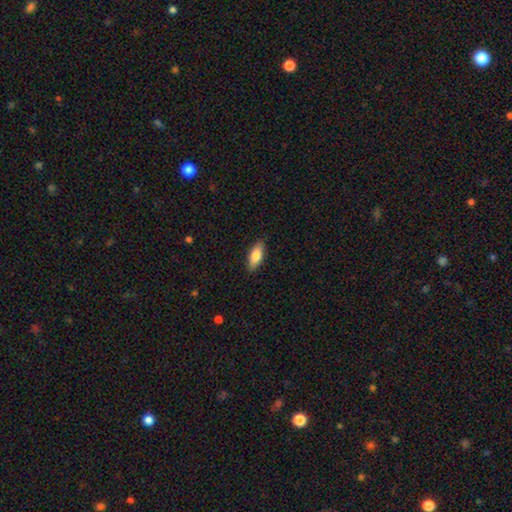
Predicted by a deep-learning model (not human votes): Smooth or featured?
  - smooth: 80% *
  - featured or disk: 14%
  - star or artifact: 6%
How rounded?
  - in between: 77% *
  - cigar-shaped: 21%
  - round: 2%
Merging?
  - none: 88% *
  - minor disturbance: 9%
  - major disturbance: 2%
  - merger: 1%